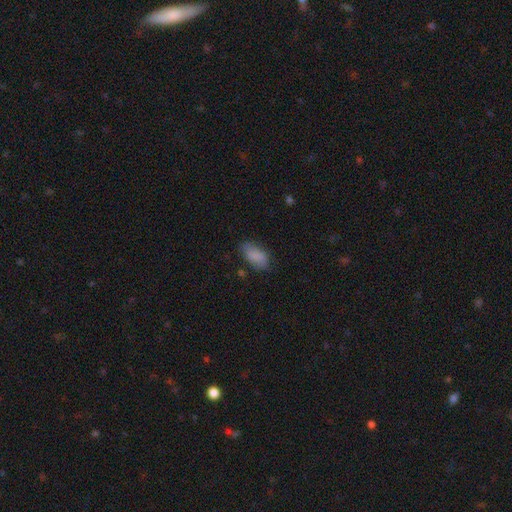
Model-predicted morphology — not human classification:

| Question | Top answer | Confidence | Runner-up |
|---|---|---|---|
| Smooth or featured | smooth | 85% | featured or disk (8%) |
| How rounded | in between | 92% | cigar-shaped (4%) |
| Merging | none | 70% | minor disturbance (22%) |